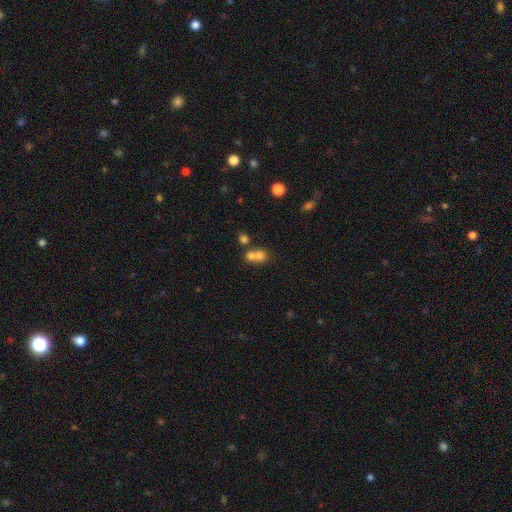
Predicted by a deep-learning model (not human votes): Smooth or featured: smooth — 71% (featured or disk — 16%)
How rounded: round — 65% (in between — 34%)
Merging: merger — 63% (none — 27%)